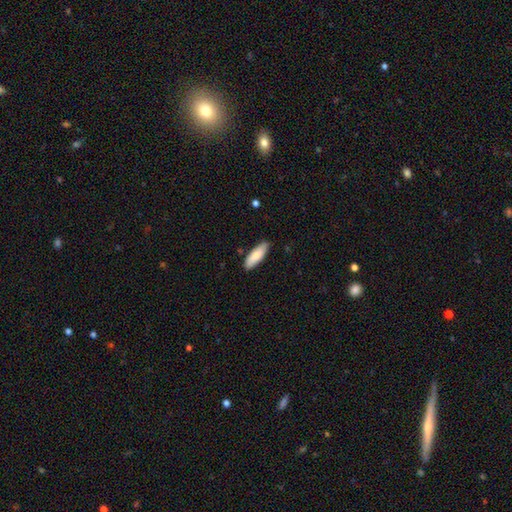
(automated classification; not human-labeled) A smooth galaxy with no disk features (82%) that is in between round and cigar-shaped (59%).

Vote fractions:
- Smooth or featured? smooth: 82% / featured or disk: 13% / star or artifact: 5%
- How rounded? in between: 59% / cigar-shaped: 39% / round: 2%
- Merging? none: 82% / minor disturbance: 14% / major disturbance: 2% / merger: 2%